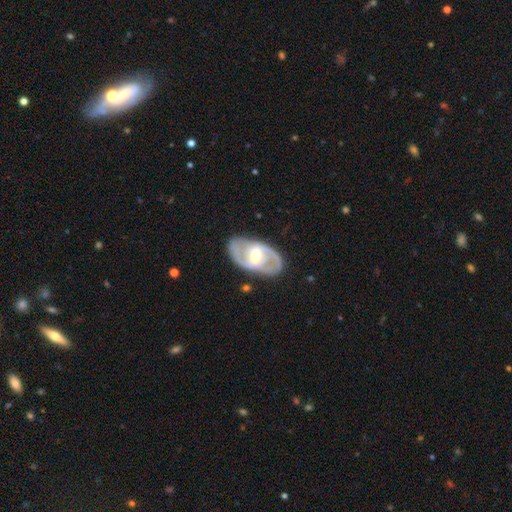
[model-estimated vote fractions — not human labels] This appears to be a featured or disk galaxy (84%) with a weak bar (47%), 2 (85%) medium (52%) spiral arms (90%) and a moderate central bulge (59%). Merging: none (83%).